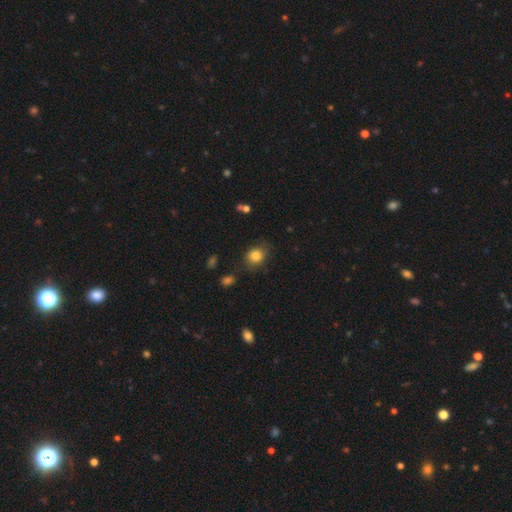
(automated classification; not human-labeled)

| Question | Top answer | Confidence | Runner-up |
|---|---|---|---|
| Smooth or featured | smooth | 83% | star or artifact (10%) |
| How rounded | round | 59% | in between (40%) |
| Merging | none | 76% | minor disturbance (17%) |